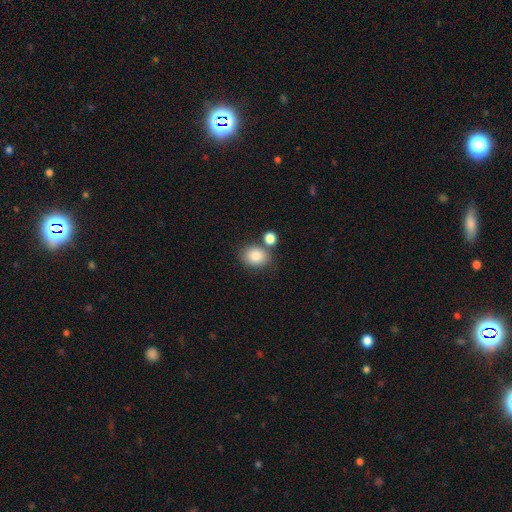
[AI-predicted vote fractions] Smooth or featured?
  - smooth: 84% *
  - star or artifact: 9%
  - featured or disk: 7%
How rounded?
  - round: 52% *
  - in between: 47%
  - cigar-shaped: 1%
Merging?
  - none: 67% *
  - merger: 18%
  - minor disturbance: 12%
  - major disturbance: 4%